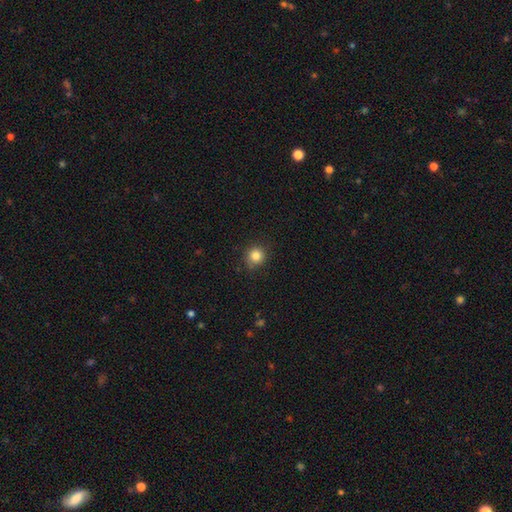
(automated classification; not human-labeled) Smooth or featured: smooth — 84% (star or artifact — 11%)
How rounded: round — 91% (in between — 8%)
Merging: none — 85% (minor disturbance — 11%)